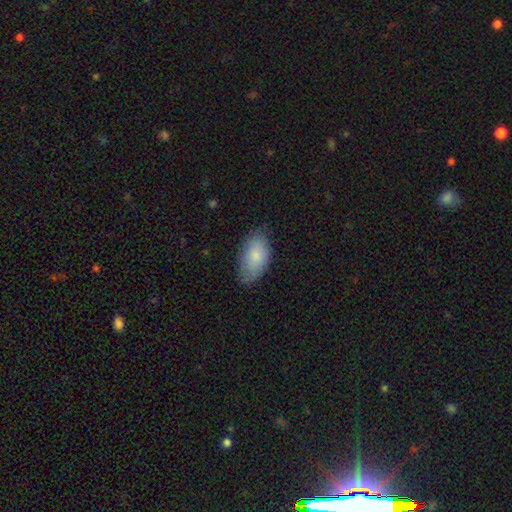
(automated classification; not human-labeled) The model was most divided on "merging": none: 74%, minor disturbance: 21%, major disturbance: 4%, merger: 1%. More confident: how rounded — in between (94%); smooth or featured — smooth (83%).